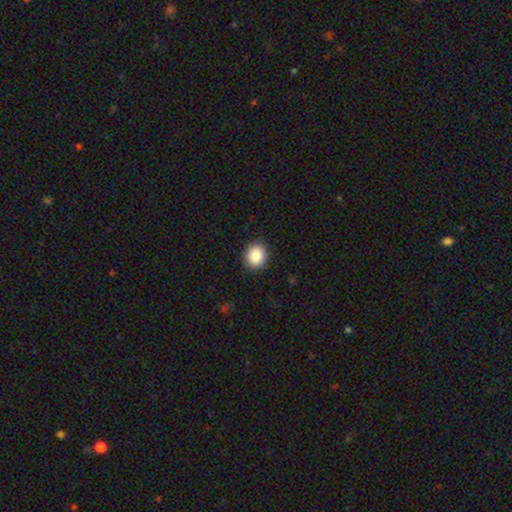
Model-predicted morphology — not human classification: Smooth or featured? smooth (88%)
How rounded? round (73%)
Merging? none (90%)